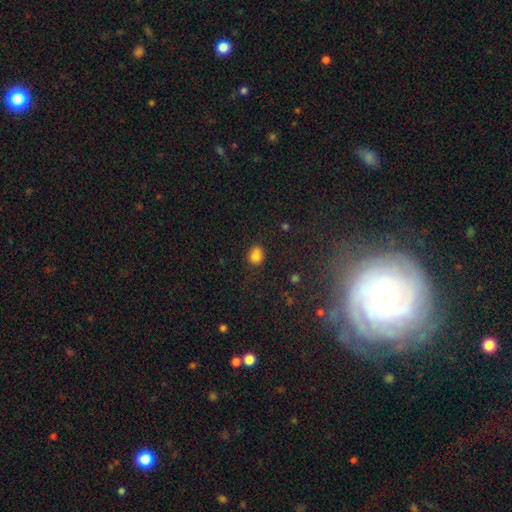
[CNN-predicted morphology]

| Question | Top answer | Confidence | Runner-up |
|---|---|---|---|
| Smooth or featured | smooth | 83% | star or artifact (12%) |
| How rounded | in between | 52% | round (47%) |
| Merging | none | 77% | minor disturbance (16%) |